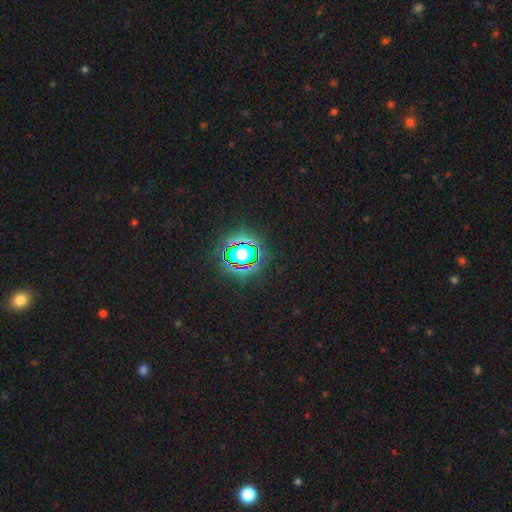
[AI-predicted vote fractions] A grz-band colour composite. It shows a star or artifact, not a galaxy (82%).